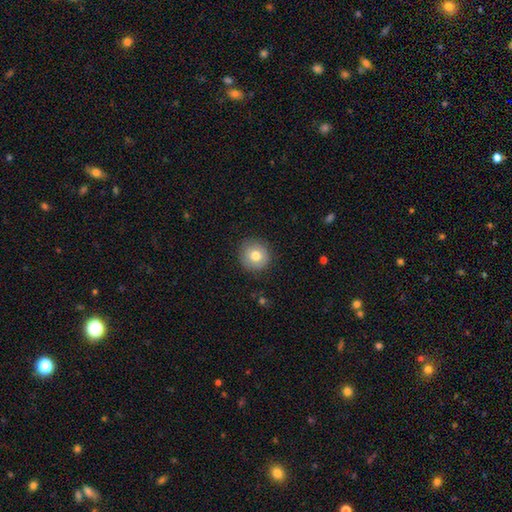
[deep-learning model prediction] Overall: smooth (78%). How rounded: round (93%). Merging: none (88%).